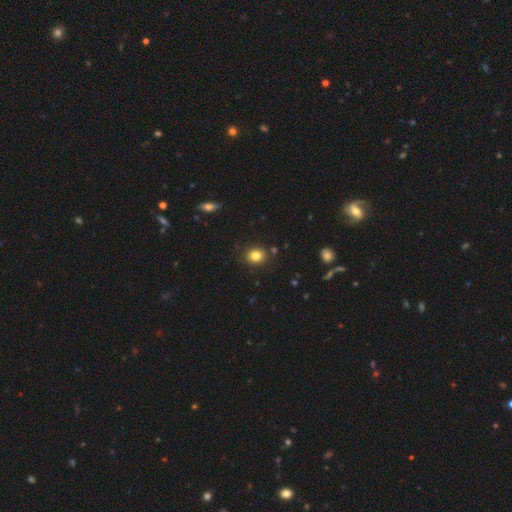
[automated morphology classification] A smooth galaxy with no disk features (82%) that is round (67%).

Vote fractions:
- Smooth or featured? smooth: 82% / star or artifact: 11% / featured or disk: 7%
- How rounded? round: 67% / in between: 32% / cigar-shaped: 1%
- Merging? none: 85% / minor disturbance: 9% / merger: 3% / major disturbance: 2%